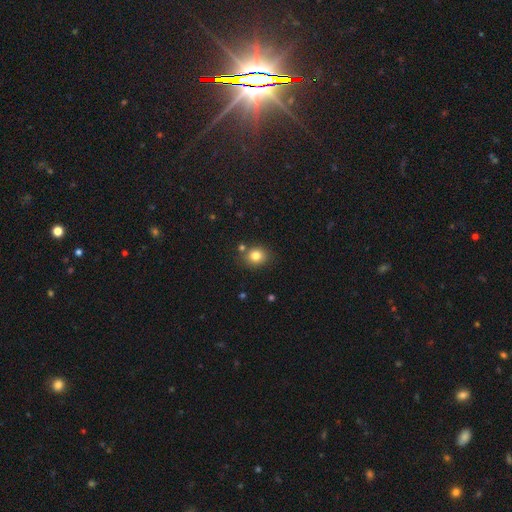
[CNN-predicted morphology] This is clearly a smooth galaxy (81%). How rounded: likely round (74%). Merging: likely none (78%).